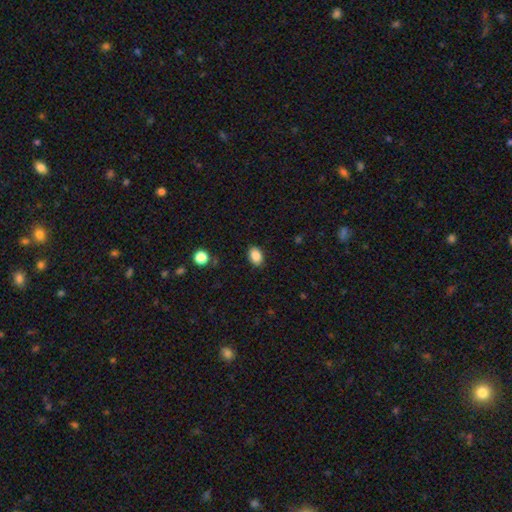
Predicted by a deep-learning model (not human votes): Morphology: type=smooth (87%); roundness=in between (82%); merging=none (87%).